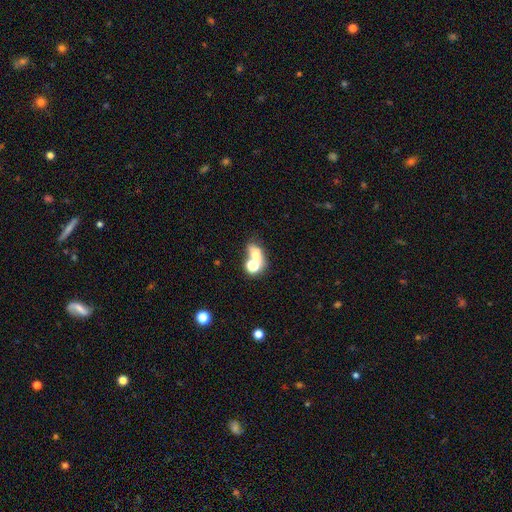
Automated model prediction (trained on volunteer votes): This is likely a smooth galaxy (61%). How rounded: possibly in between (58%). Merging: possibly merger (54%).